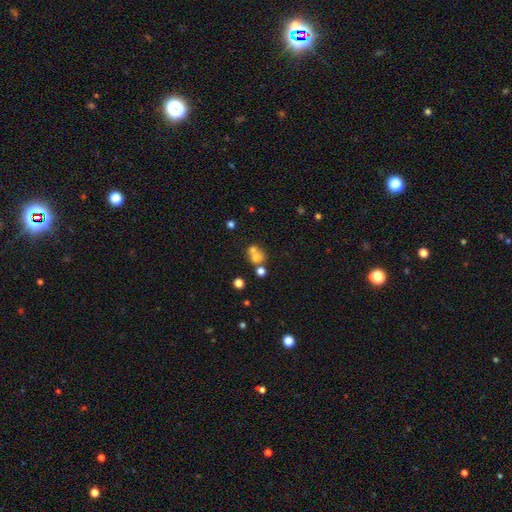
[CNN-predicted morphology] This appears to be a smooth galaxy with no disk features (66%) that is round (68%). Merging: merger (53%).